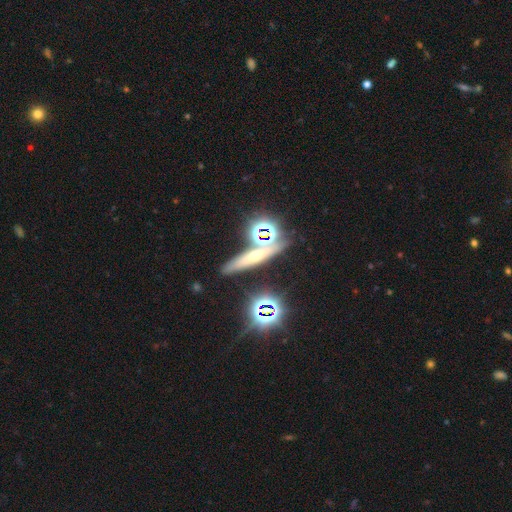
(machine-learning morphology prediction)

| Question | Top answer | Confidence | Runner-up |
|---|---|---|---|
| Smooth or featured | star or artifact | 35% | tied: smooth (35%) |